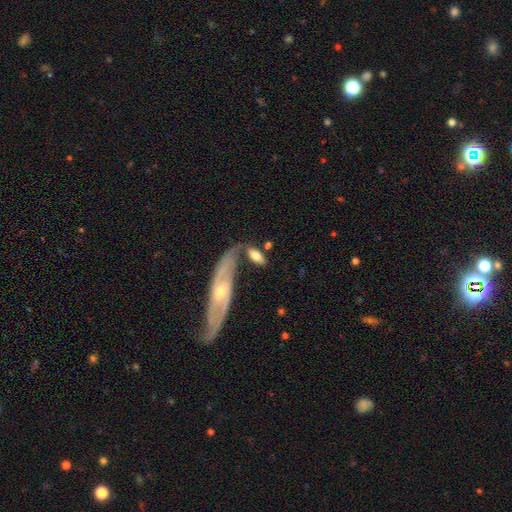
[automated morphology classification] Smooth or featured? smooth (68%)
How rounded? in between (80%)
Merging? none (56%)